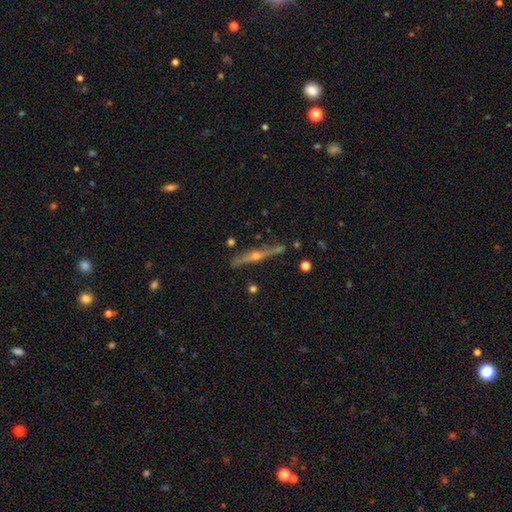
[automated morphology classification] This appears to be a featured or disk galaxy (81%) viewed edge-on (97%) with a rounded central bulge (92%). Merging: none (86%).